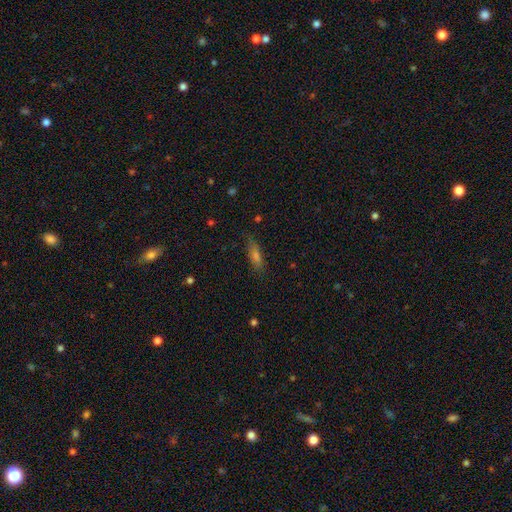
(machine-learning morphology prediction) Q: Smooth or featured?
A: smooth (54%); runner-up: featured or disk (29%)
Q: How rounded?
A: cigar-shaped (65%); runner-up: in between (31%)
Q: Merging?
A: none (79%); runner-up: minor disturbance (15%)